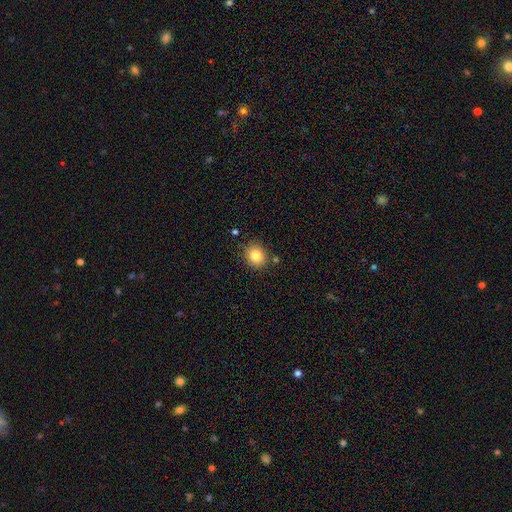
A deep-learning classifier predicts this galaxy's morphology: Overall: smooth (83%). How rounded: round (75%). Merging: none (82%).